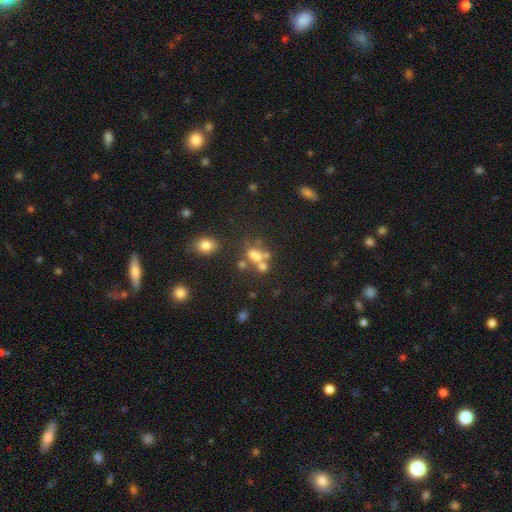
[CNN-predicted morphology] This is possibly a smooth galaxy (58%). How rounded: possibly in between (50%). Merging: possibly merger (46%).